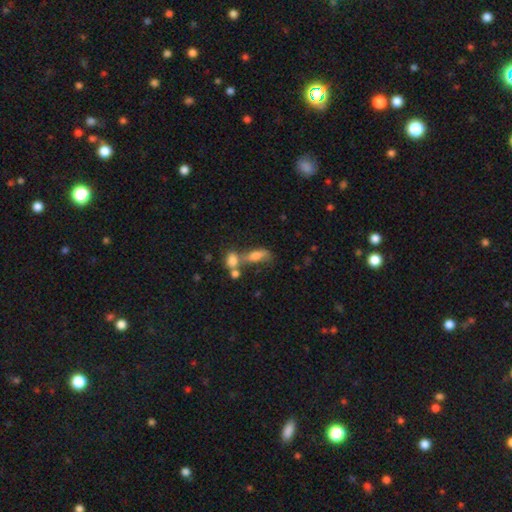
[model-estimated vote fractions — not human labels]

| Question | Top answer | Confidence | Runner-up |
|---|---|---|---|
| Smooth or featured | smooth | 68% | featured or disk (20%) |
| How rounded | in between | 68% | cigar-shaped (23%) |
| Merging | merger | 47% | none (28%) |